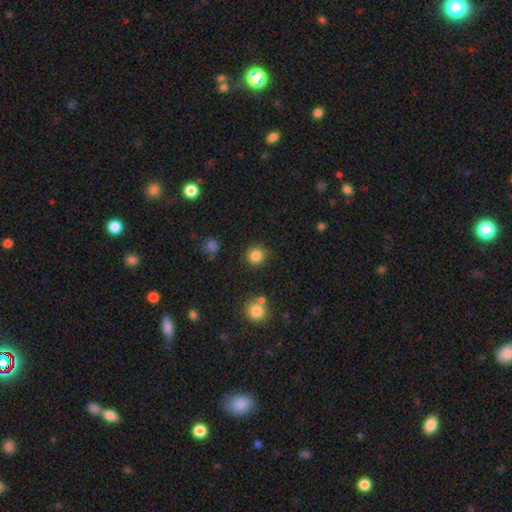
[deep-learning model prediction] A smooth galaxy with no disk features (84%) that is round (90%).

Vote fractions:
- Smooth or featured? smooth: 84% / star or artifact: 11% / featured or disk: 5%
- How rounded? round: 90% / in between: 9% / cigar-shaped: 1%
- Merging? none: 80% / minor disturbance: 13% / merger: 4% / major disturbance: 3%